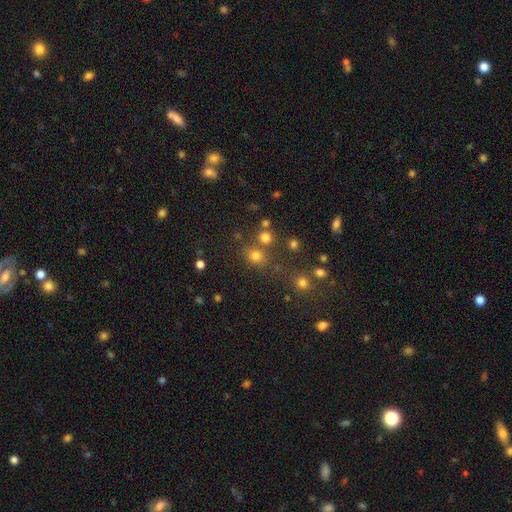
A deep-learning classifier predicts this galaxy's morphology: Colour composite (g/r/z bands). It shows a smooth galaxy with no disk features (75%) that is round (79%). Merging: none (67%).